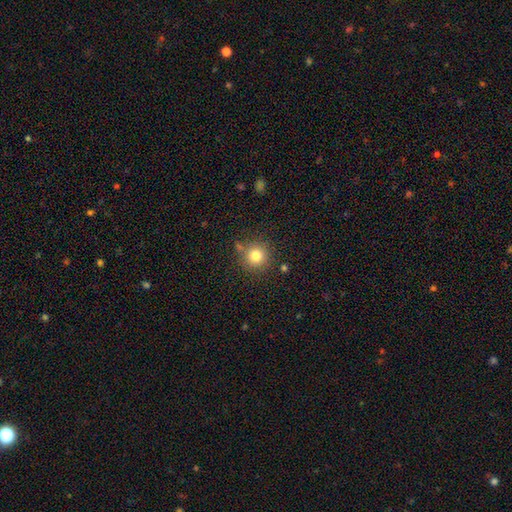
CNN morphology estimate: smooth 80%, star or artifact 12%, featured or disk 8%. Down the decision tree: how rounded — round (94%); merging — none (80%).